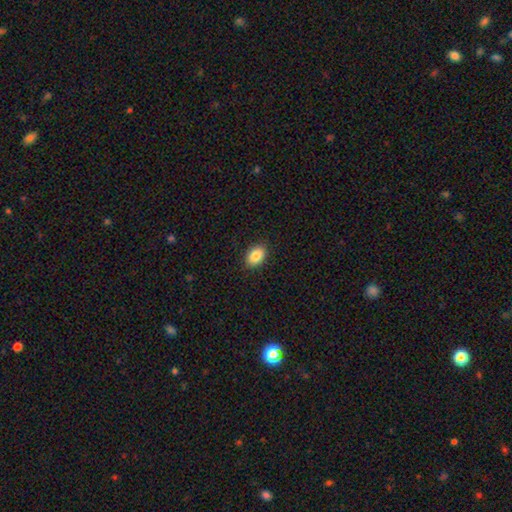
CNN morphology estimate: This appears to be a smooth galaxy with no disk features (87%) that is in between round and cigar-shaped (85%). Merging: none (89%).